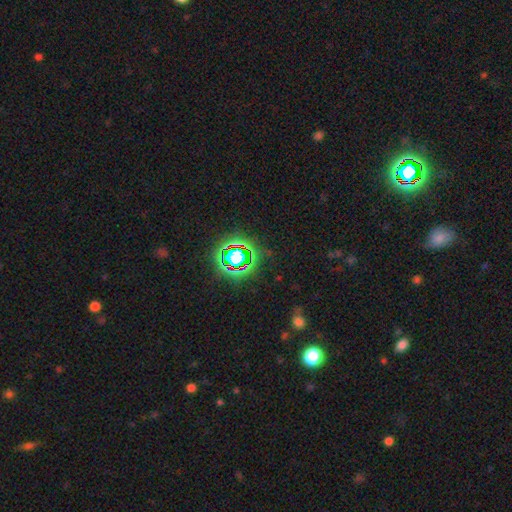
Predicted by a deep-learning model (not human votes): The model was most divided on "smooth or featured": star or artifact: 80%, smooth: 13%, featured or disk: 8%.